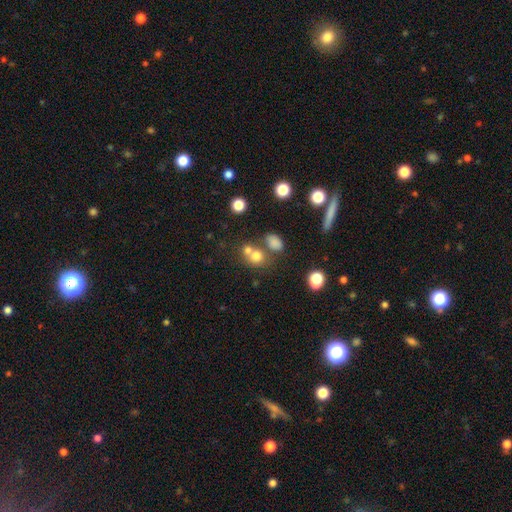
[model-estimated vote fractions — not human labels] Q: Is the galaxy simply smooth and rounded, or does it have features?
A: smooth — 71%.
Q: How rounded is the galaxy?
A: round — 76%.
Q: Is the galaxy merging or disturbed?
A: none — 47%.